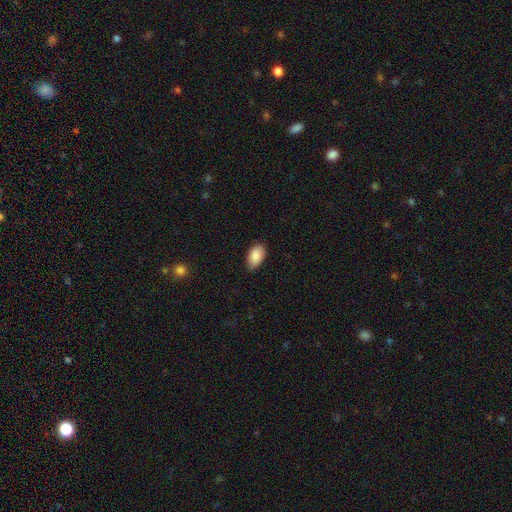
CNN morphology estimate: smooth-or-featured: smooth: 89% | star or artifact: 7% | featured or disk: 5%
  how-rounded: in between: 94% | round: 5% | cigar-shaped: 2%
  merging: none: 76% | minor disturbance: 20% | major disturbance: 3% | merger: 1%